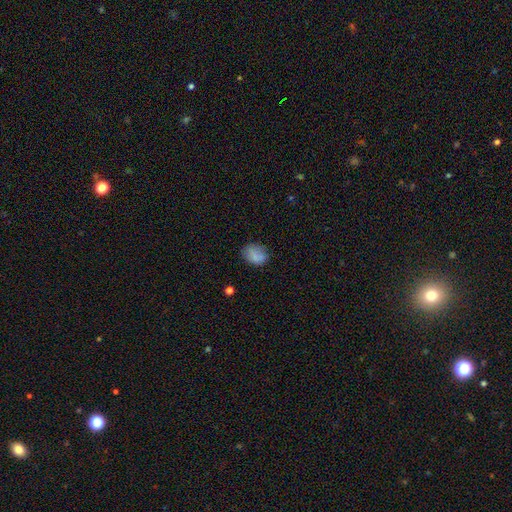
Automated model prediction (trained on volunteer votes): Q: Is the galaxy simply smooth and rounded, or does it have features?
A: smooth — 82%.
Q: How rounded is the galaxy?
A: in between — 66%.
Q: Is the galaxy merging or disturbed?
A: none — 70%.